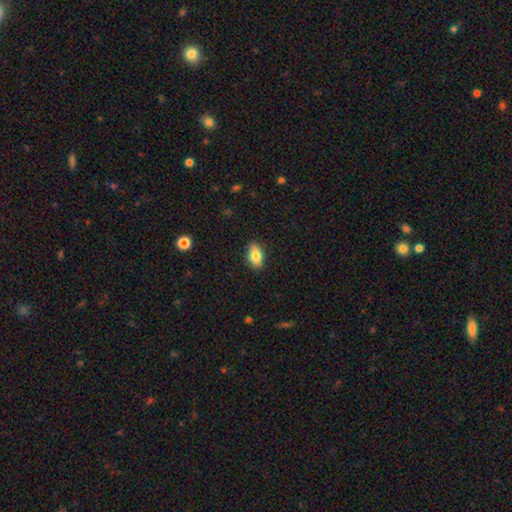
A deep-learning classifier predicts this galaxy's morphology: Q: Smooth or featured?
A: smooth (82%); runner-up: featured or disk (10%)
Q: How rounded?
A: in between (89%); runner-up: round (7%)
Q: Merging?
A: none (86%); runner-up: minor disturbance (11%)